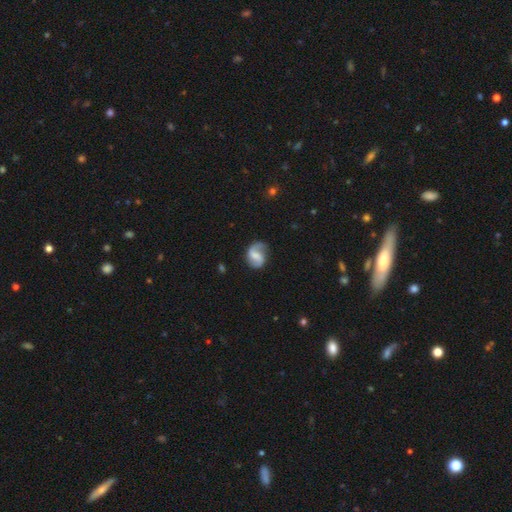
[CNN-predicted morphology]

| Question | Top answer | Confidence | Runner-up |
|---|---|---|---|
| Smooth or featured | featured or disk | 77% | smooth (17%) |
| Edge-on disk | no | 98% | yes (2%) |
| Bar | weak | 51% | no (27%) |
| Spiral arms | yes | 95% | no (5%) |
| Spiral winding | loose | 45% | medium (42%) |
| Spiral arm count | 2 | 82% | 1 (12%) |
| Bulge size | small | 33% | none (31%) |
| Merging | none | 70% | minor disturbance (20%) |